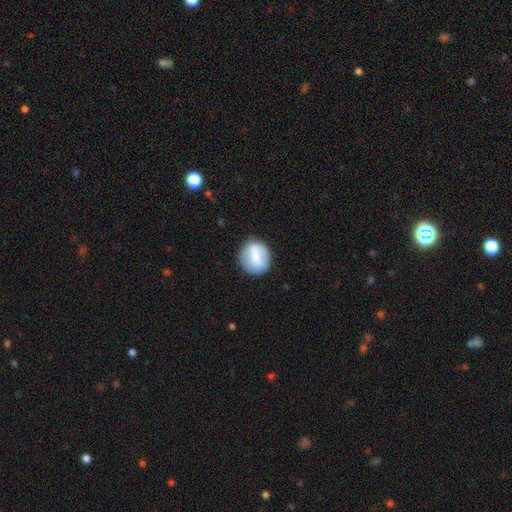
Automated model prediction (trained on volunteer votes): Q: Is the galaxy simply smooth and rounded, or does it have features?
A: smooth — 65%.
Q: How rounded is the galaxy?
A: round — 64%.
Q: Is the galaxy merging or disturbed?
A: none — 77%.